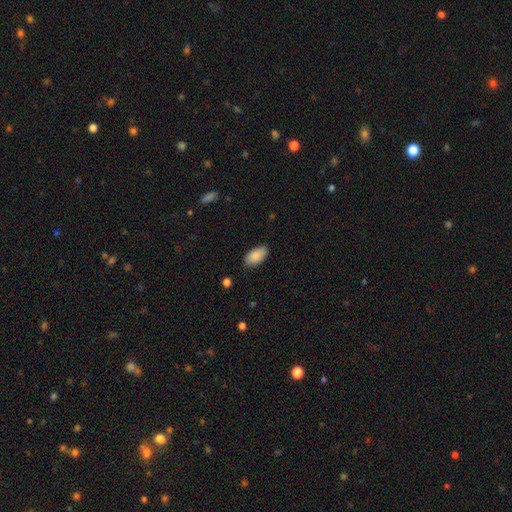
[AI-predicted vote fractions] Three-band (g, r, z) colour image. It shows a smooth galaxy with no disk features (88%) that is in between round and cigar-shaped (95%). Merging: none (85%).